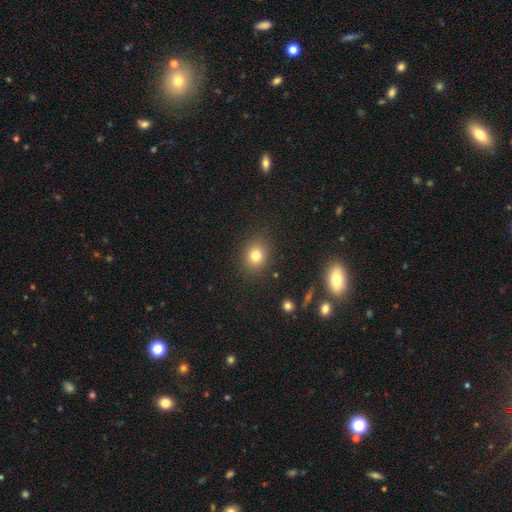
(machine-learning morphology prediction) Smooth or featured? Predicted: smooth (p=0.79). How rounded? Predicted: round (p=0.65). Merging? Predicted: none (p=0.85).